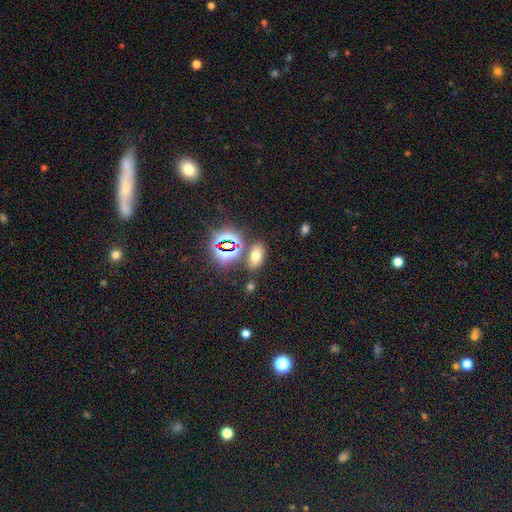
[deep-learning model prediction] smooth_or_featured: smooth (p=0.59) [alt: star or artifact p=0.31]
how_rounded: in between (p=0.85) [alt: round p=0.10]
merging: none (p=0.79) [alt: minor disturbance p=0.09]